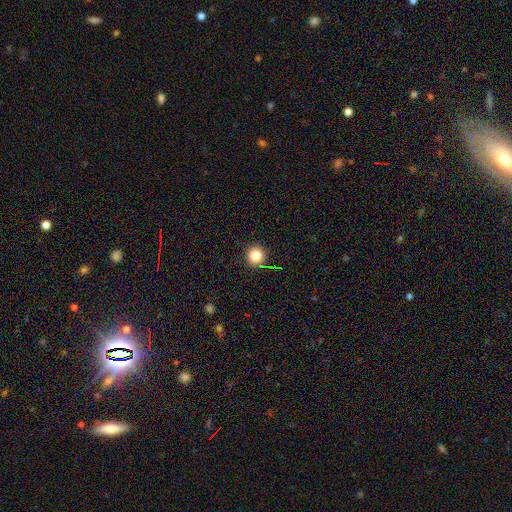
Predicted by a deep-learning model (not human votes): smooth 82%, star or artifact 12%, featured or disk 6%. Down the decision tree: how rounded — round (95%); merging — none (90%).